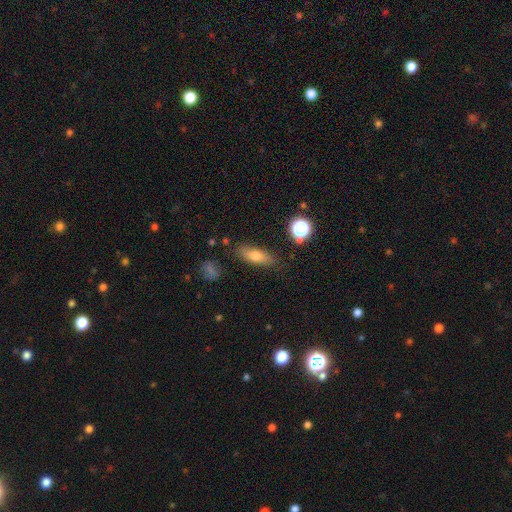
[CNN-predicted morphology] A smooth galaxy with no disk features (68%) that is in between round and cigar-shaped (55%). Merging: none (82%).